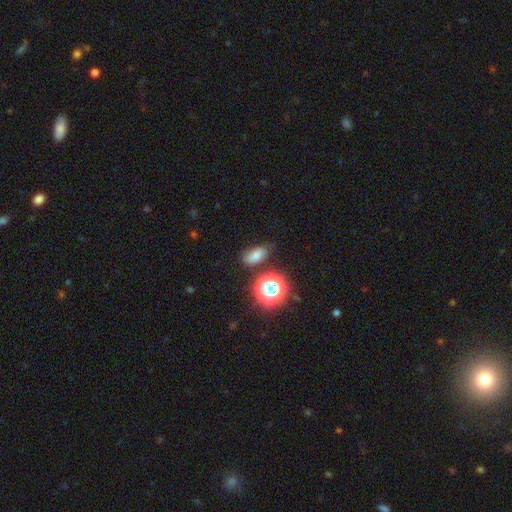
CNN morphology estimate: A smooth galaxy with no disk features (67%) that is in between round and cigar-shaped (82%). Merging: none (75%).